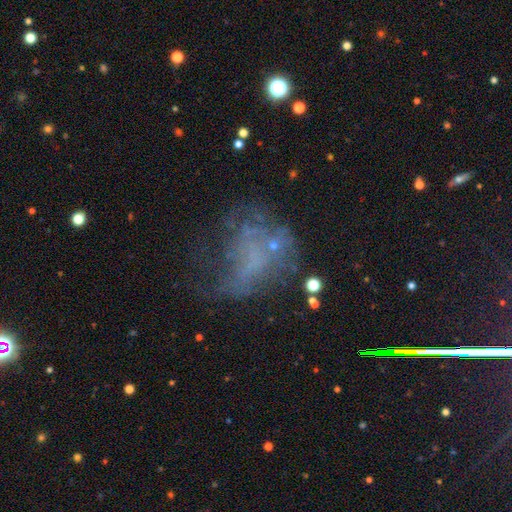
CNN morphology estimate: smooth_or_featured: featured or disk (p=0.43) [alt: star or artifact p=0.29]
merging: major disturbance (p=0.40) [alt: none p=0.34]